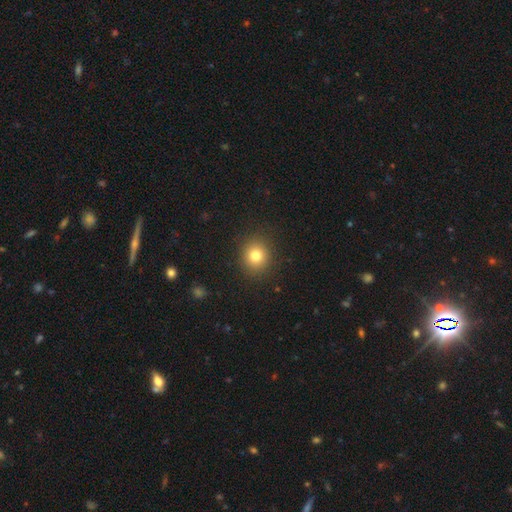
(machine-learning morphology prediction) This is likely a smooth galaxy (79%). How rounded: clearly round (86%). Merging: clearly none (90%).